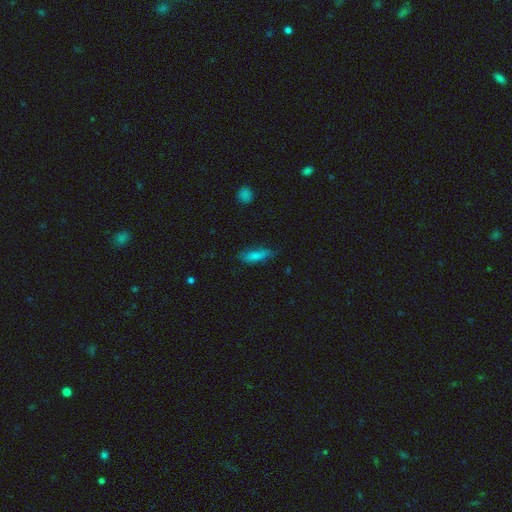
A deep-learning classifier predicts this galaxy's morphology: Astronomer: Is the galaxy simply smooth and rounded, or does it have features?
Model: smooth — 79%.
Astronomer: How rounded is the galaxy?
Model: in between — 52% (runner-up: cigar-shaped, 46%).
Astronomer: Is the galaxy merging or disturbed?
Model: none — 67%.